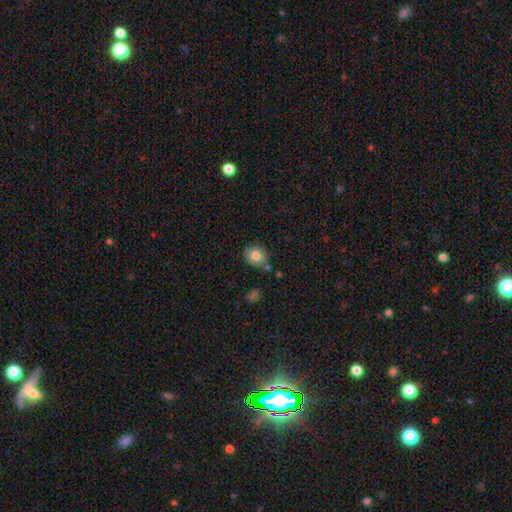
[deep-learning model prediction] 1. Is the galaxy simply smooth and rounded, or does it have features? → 79% smooth, 12% featured or disk, 9% star or artifact.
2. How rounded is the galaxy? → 73% round, 26% in between, 1% cigar-shaped.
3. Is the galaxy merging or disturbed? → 79% none, 13% minor disturbance, 6% merger, 3% major disturbance.